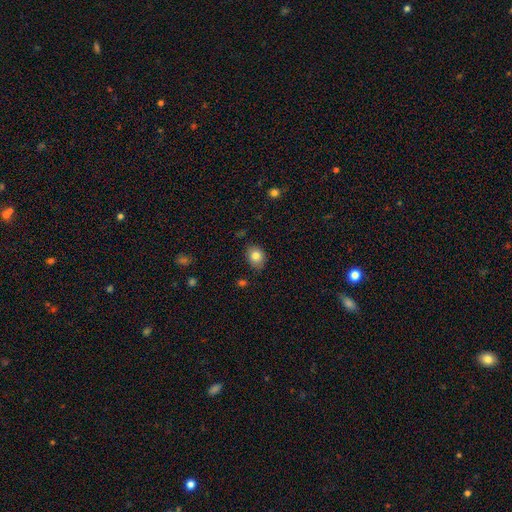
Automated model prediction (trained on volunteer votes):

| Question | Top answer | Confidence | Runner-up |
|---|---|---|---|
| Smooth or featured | smooth | 82% | featured or disk (9%) |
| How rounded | in between | 60% | round (39%) |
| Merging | none | 79% | minor disturbance (17%) |